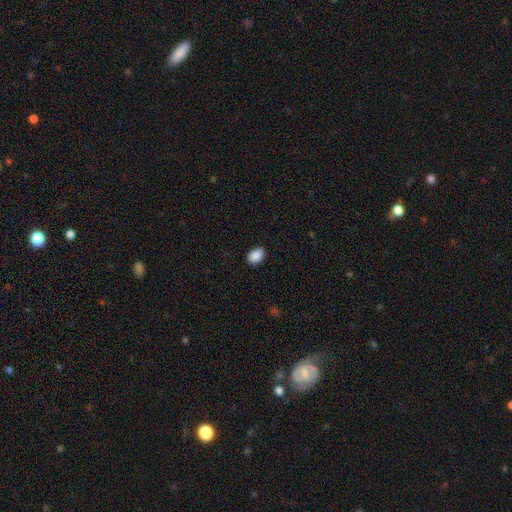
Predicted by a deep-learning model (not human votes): Smooth or featured? Predicted: smooth (p=0.89). How rounded? Predicted: in between (p=0.83). Merging? Predicted: none (p=0.88).